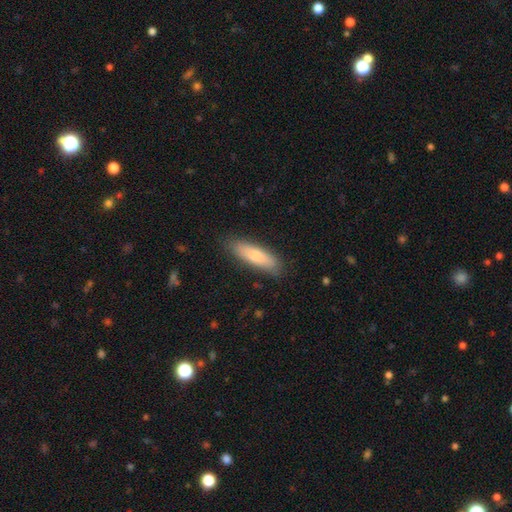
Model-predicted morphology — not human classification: This is clearly a smooth galaxy (82%). How rounded: possibly cigar-shaped (60%). Merging: clearly none (84%).